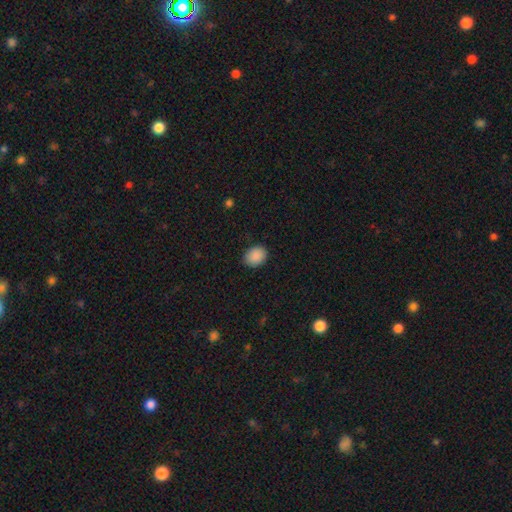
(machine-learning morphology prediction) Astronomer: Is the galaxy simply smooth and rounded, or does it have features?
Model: smooth — 89%.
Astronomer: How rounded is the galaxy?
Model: in between — 54% (runner-up: round, 45%).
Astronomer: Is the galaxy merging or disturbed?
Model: none — 85%.